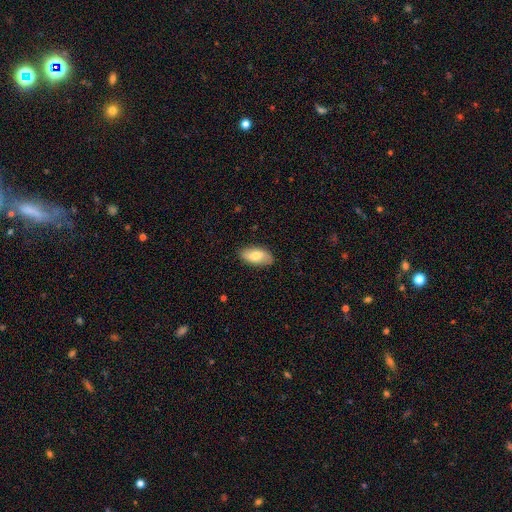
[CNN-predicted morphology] This appears to be a smooth galaxy with no disk features (74%) that is in between round and cigar-shaped (93%). Merging: none (85%).